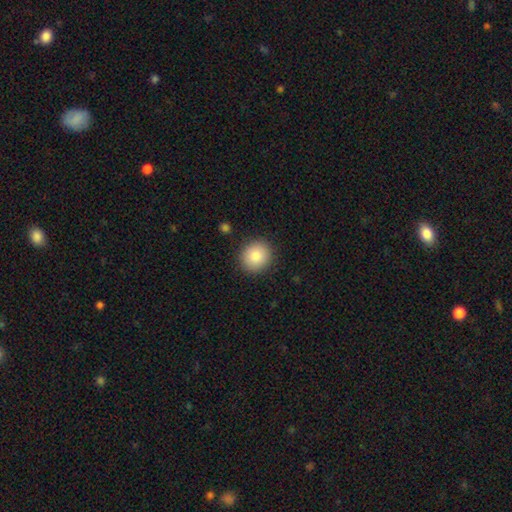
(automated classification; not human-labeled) This is clearly a smooth galaxy (84%). How rounded: clearly round (85%). Merging: clearly none (89%).